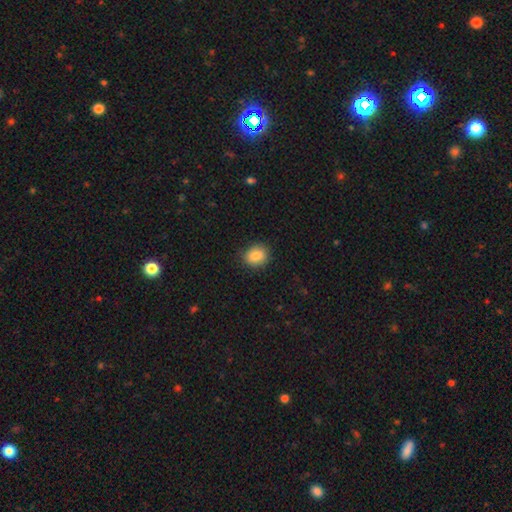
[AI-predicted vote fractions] smooth-or-featured: smooth: 86% | star or artifact: 8% | featured or disk: 5%
  how-rounded: round: 60% | in between: 39% | cigar-shaped: 1%
  merging: none: 86% | minor disturbance: 11% | major disturbance: 3% | merger: 1%